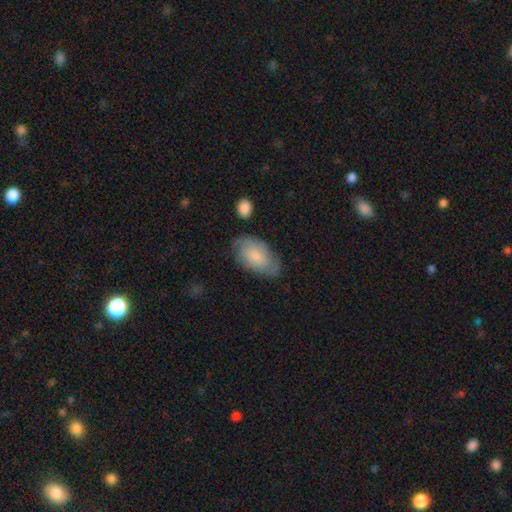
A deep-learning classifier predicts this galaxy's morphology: This is likely a smooth galaxy (65%). How rounded: clearly in between (93%). Merging: likely none (69%).